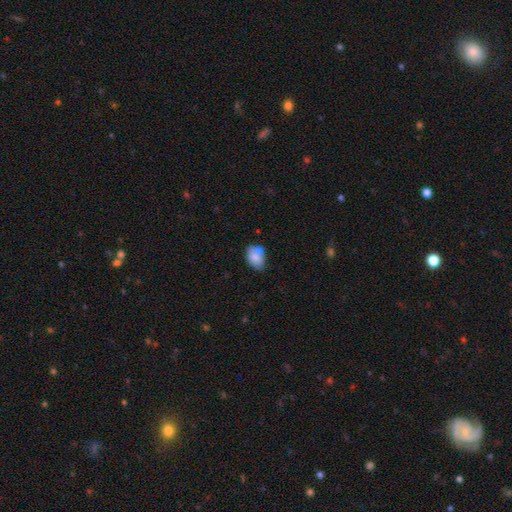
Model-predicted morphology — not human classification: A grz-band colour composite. It shows a smooth galaxy with no disk features (76%) that is in between round and cigar-shaped (85%). Merging: none (49%).